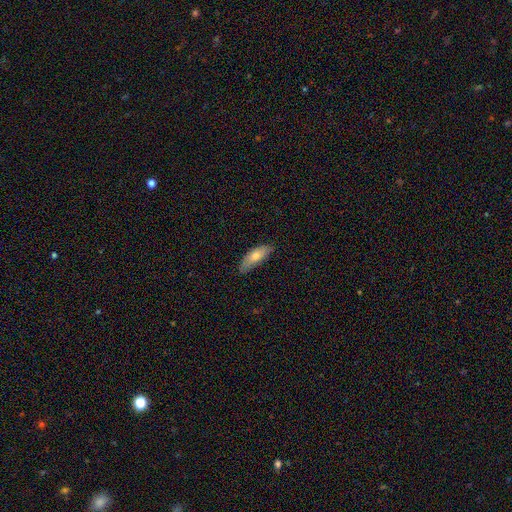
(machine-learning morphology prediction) Smooth or featured?
  - smooth: 69% *
  - featured or disk: 25%
  - star or artifact: 6%
How rounded?
  - in between: 60% *
  - cigar-shaped: 38%
  - round: 2%
Merging?
  - none: 73% *
  - minor disturbance: 22%
  - major disturbance: 3%
  - merger: 1%